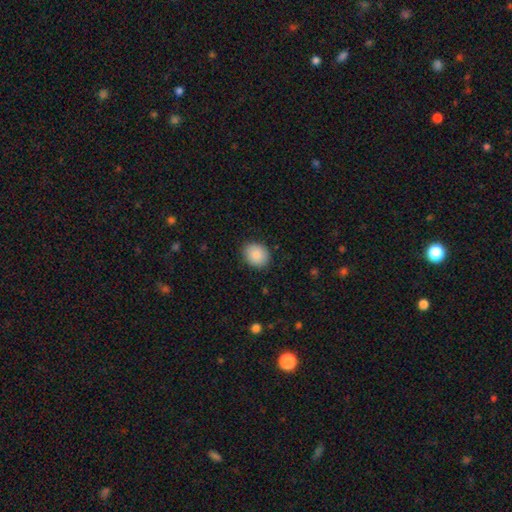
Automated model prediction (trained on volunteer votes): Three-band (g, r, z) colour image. It shows a smooth galaxy with no disk features (88%) that is round (63%). Merging: none (86%).